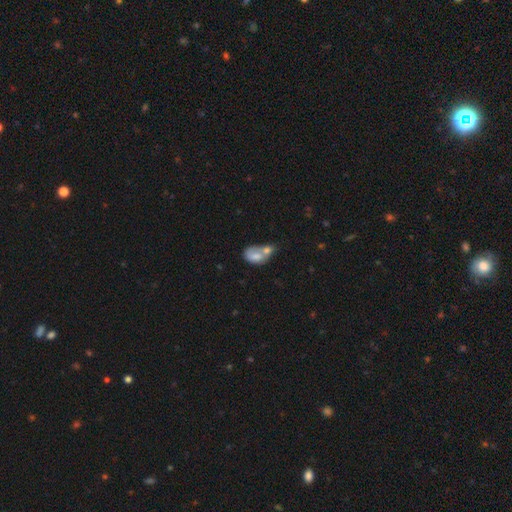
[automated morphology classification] Smooth or featured? Predicted: smooth (p=0.67). How rounded? Predicted: in between (p=0.82). Merging? Predicted: merger (p=0.66).